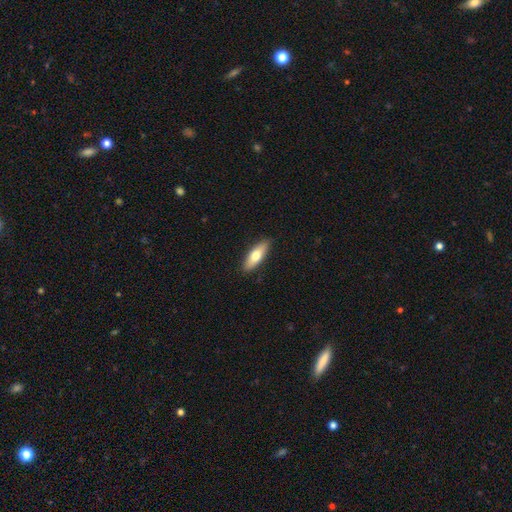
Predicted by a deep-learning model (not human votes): Smooth or featured? smooth (68%)
How rounded? in between (52%)
Merging? none (90%)